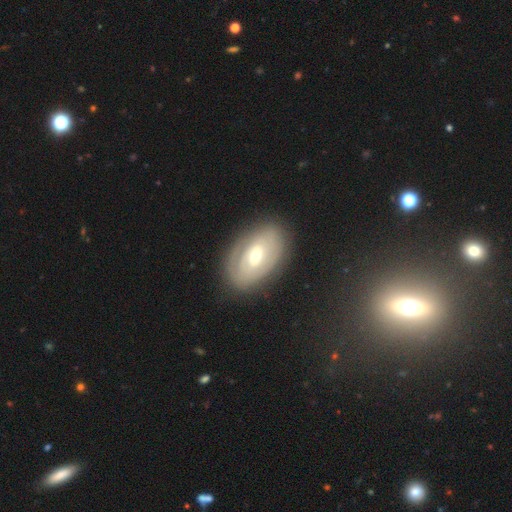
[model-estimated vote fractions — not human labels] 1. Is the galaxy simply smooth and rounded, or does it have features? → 63% featured or disk, 30% smooth, 7% star or artifact.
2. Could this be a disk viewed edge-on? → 93% no, 7% yes.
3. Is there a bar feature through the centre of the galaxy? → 55% no, 32% weak, 12% strong.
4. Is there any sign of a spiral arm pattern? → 53% yes, 47% no.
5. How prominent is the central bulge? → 53% moderate, 42% small, 3% large, 1% dominant, 1% none.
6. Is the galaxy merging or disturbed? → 80% none, 14% minor disturbance, 5% major disturbance, 1% merger.